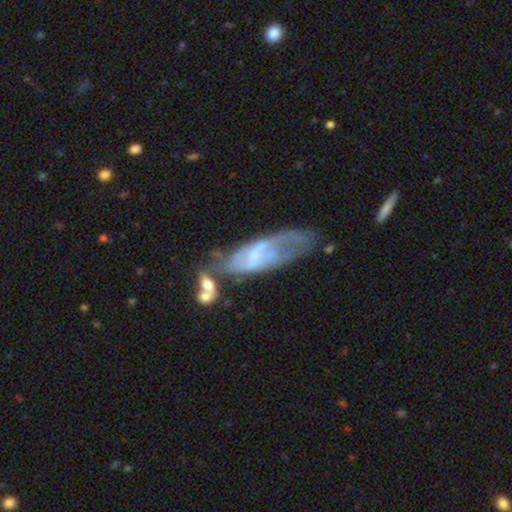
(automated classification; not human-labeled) A featured or disk galaxy (65%) with no bar (62%), spiral arms (59%) and a small central bulge (61%). Merging: none (36%).